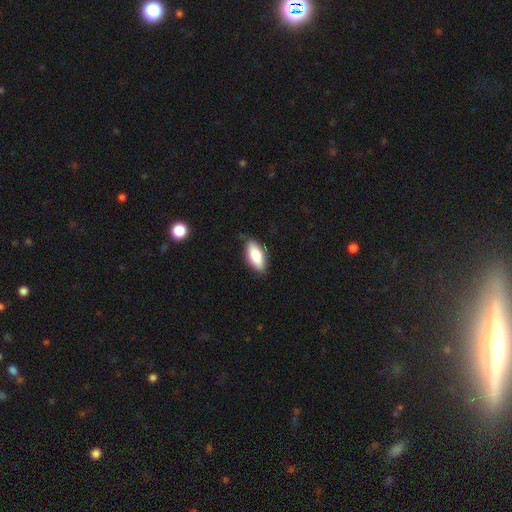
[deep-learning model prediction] Morphology: type=smooth (79%); roundness=in between (82%); merging=none (82%).